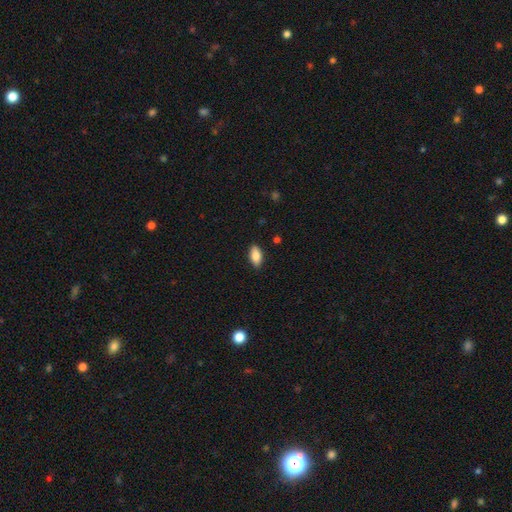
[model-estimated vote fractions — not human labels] smooth_or_featured: smooth (p=0.84) [alt: featured or disk p=0.09]
how_rounded: in between (p=0.90) [alt: cigar-shaped p=0.07]
merging: none (p=0.87) [alt: minor disturbance p=0.10]